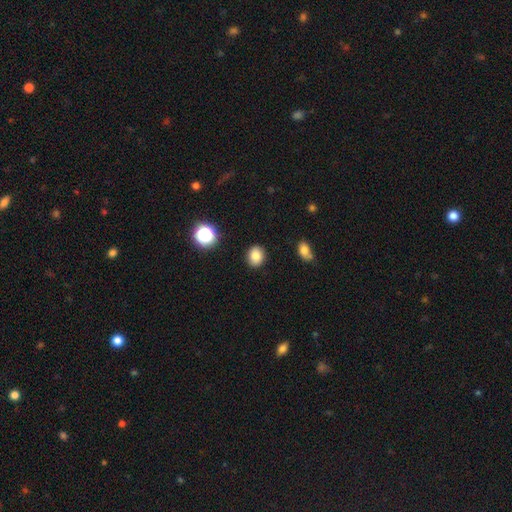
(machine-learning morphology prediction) Smooth or featured? smooth (82%)
How rounded? round (64%)
Merging? none (88%)